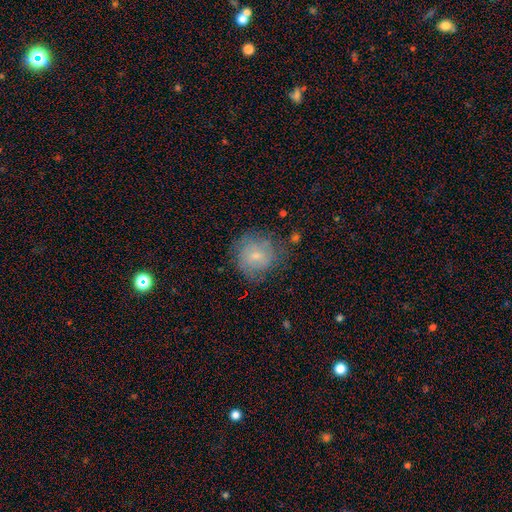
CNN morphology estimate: A smooth galaxy with no disk features (58%) that is round (87%).

Vote fractions:
- Smooth or featured? smooth: 58% / featured or disk: 33% / star or artifact: 9%
- How rounded? round: 87% / in between: 12% / cigar-shaped: 1%
- Merging? none: 66% / minor disturbance: 22% / major disturbance: 10% / merger: 2%